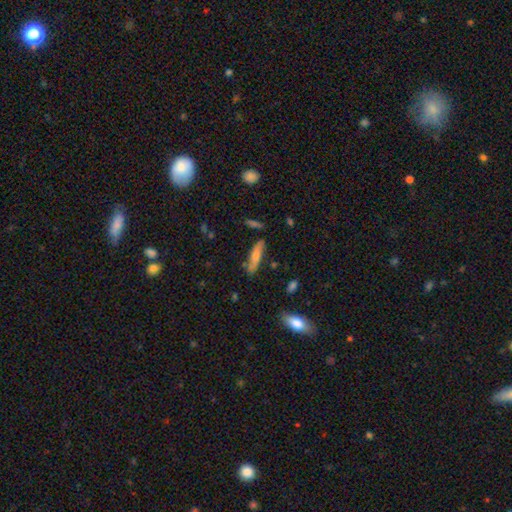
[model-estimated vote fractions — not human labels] Overall: smooth (62%; featured or disk 32%). How rounded: cigar-shaped (71%). Merging: none (76%).